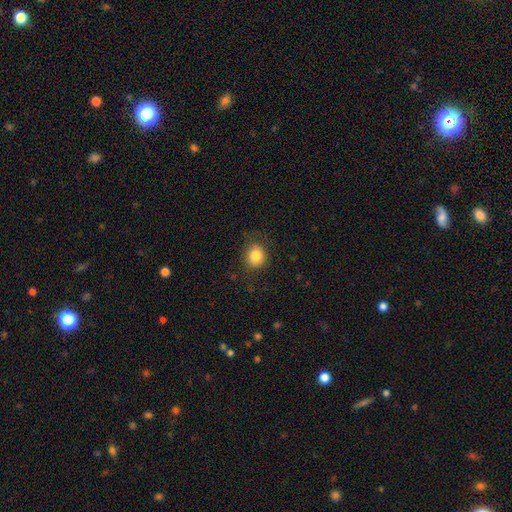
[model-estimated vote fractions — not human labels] Smooth or featured? Predicted: smooth (p=0.82). How rounded? Predicted: round (p=0.78). Merging? Predicted: none (p=0.78).